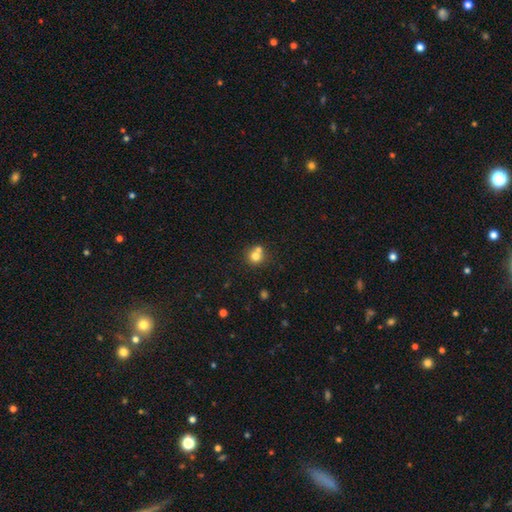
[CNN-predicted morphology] Smooth or featured? smooth (74%)
How rounded? round (87%)
Merging? none (49%)